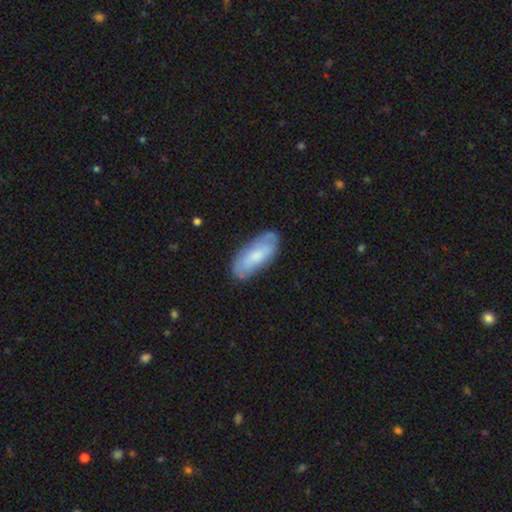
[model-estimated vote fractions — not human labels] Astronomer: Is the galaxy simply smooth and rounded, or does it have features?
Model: smooth — 68%.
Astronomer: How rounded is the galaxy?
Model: in between — 79%.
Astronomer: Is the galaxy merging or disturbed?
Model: none — 79%.